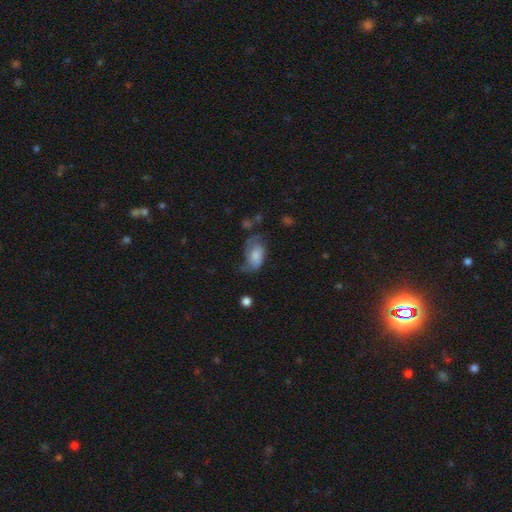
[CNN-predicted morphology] smooth 56%, featured or disk 36%, star or artifact 8%. Down the decision tree: how rounded — in between (91%); merging — minor disturbance (33%).